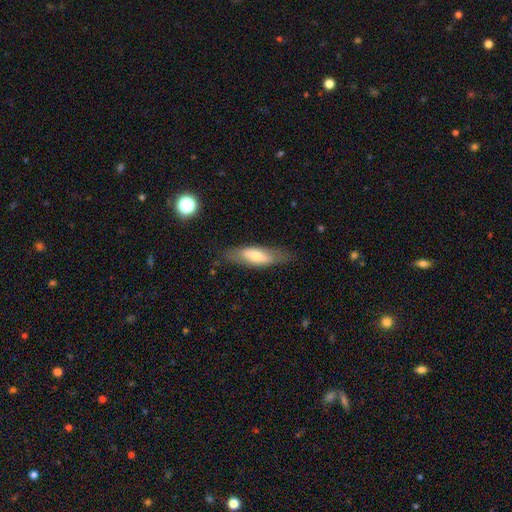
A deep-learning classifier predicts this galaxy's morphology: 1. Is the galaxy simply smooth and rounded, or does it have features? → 60% smooth, 33% featured or disk, 7% star or artifact.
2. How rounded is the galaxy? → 58% in between, 40% cigar-shaped, 2% round.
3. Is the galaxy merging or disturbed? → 75% none, 17% minor disturbance, 6% major disturbance, 2% merger.